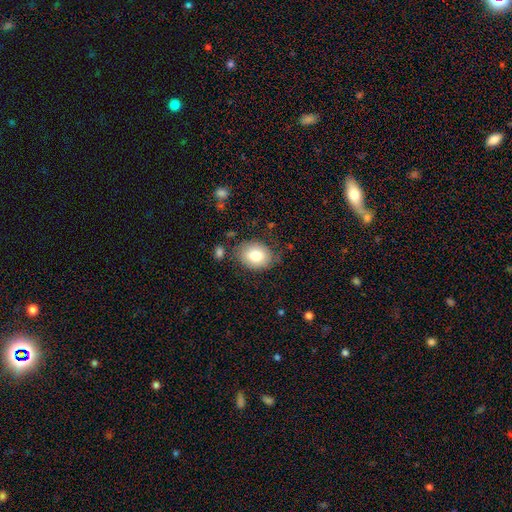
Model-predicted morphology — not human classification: Q: Smooth or featured?
A: smooth (79%); runner-up: featured or disk (12%)
Q: How rounded?
A: in between (60%); runner-up: round (39%)
Q: Merging?
A: none (77%); runner-up: minor disturbance (16%)